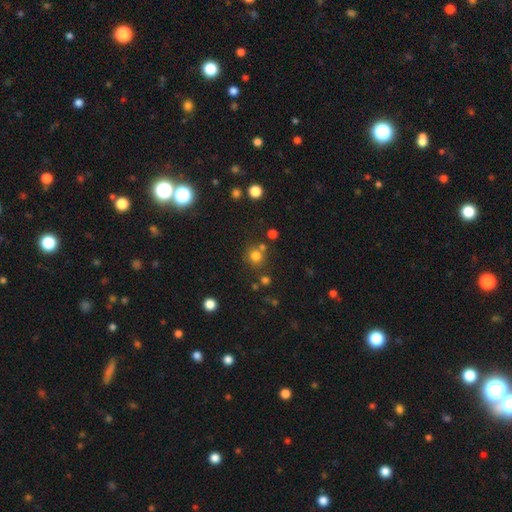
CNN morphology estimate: A smooth galaxy with no disk features (75%) that is round (88%).

Vote fractions:
- Smooth or featured? smooth: 75% / star or artifact: 17% / featured or disk: 8%
- How rounded? round: 88% / in between: 11% / cigar-shaped: 1%
- Merging? none: 68% / merger: 18% / minor disturbance: 9% / major disturbance: 4%